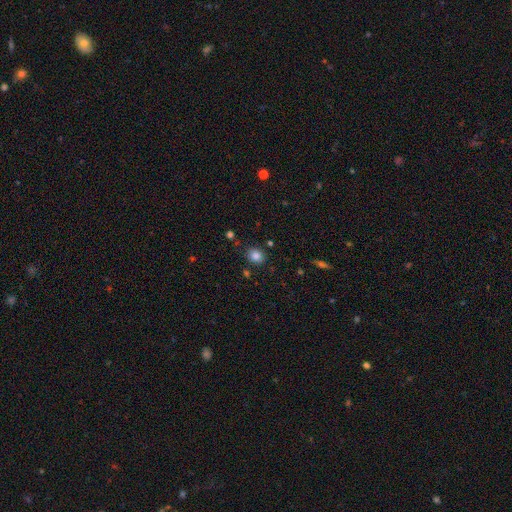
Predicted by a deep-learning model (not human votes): A smooth galaxy with no disk features (84%) that is round (58%). Merging: none (83%).